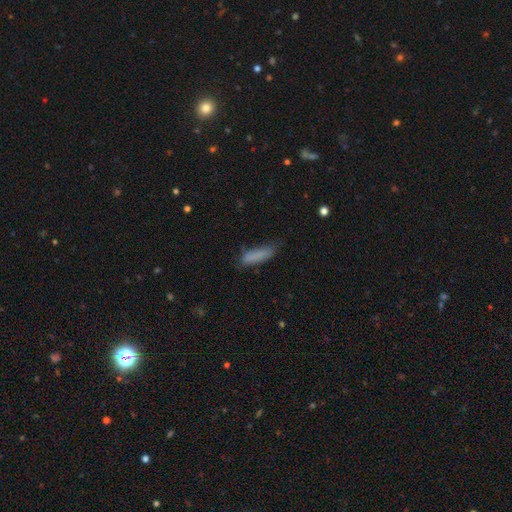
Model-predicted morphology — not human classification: Q: Smooth or featured?
A: smooth (82%); runner-up: featured or disk (9%)
Q: How rounded?
A: cigar-shaped (63%); runner-up: in between (35%)
Q: Merging?
A: none (65%); runner-up: minor disturbance (26%)